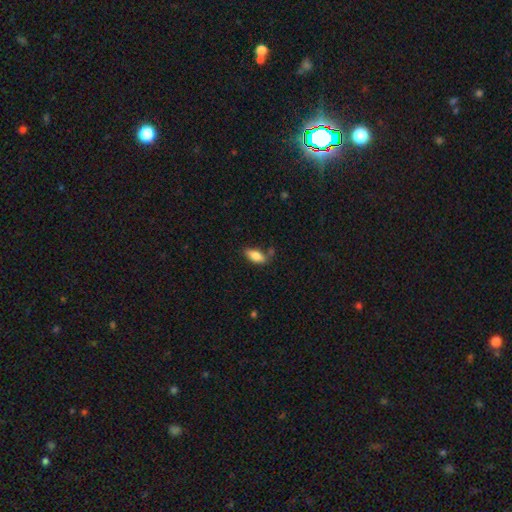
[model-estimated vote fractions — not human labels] Overall: smooth (83%). How rounded: in between (87%). Merging: none (66%).